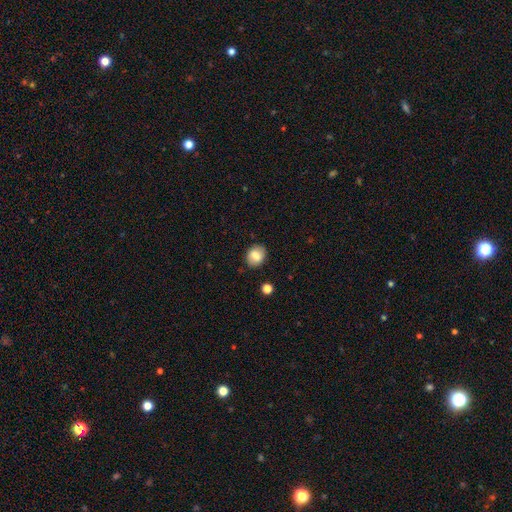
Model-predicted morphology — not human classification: Overall: smooth (79%). How rounded: round (54%; in between 45%). Merging: none (85%).